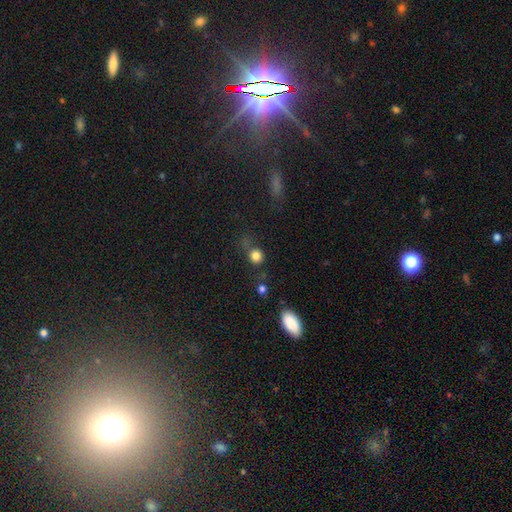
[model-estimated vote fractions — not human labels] Smooth or featured?
  - smooth: 80% *
  - star or artifact: 14%
  - featured or disk: 6%
How rounded?
  - round: 85% *
  - in between: 14%
  - cigar-shaped: 1%
Merging?
  - none: 68% *
  - minor disturbance: 15%
  - merger: 9%
  - major disturbance: 8%